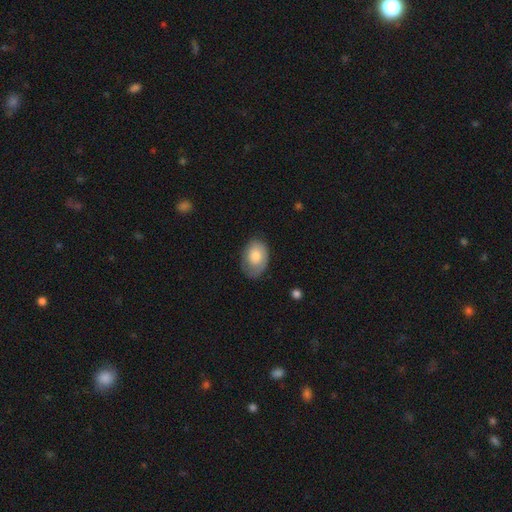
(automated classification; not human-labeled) The model was most divided on "merging": none: 64%, minor disturbance: 26%, major disturbance: 9%, merger: 1%. More confident: how rounded — in between (81%); smooth or featured — smooth (72%).